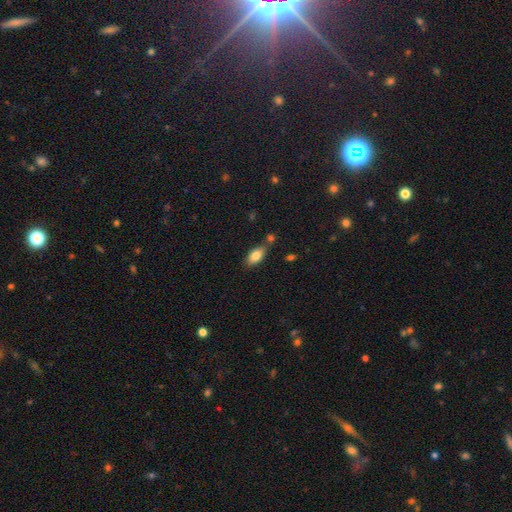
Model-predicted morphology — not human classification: smooth-or-featured: smooth: 83% | featured or disk: 9% | star or artifact: 7%
  how-rounded: in between: 90% | cigar-shaped: 6% | round: 4%
  merging: none: 67% | minor disturbance: 16% | merger: 14% | major disturbance: 4%